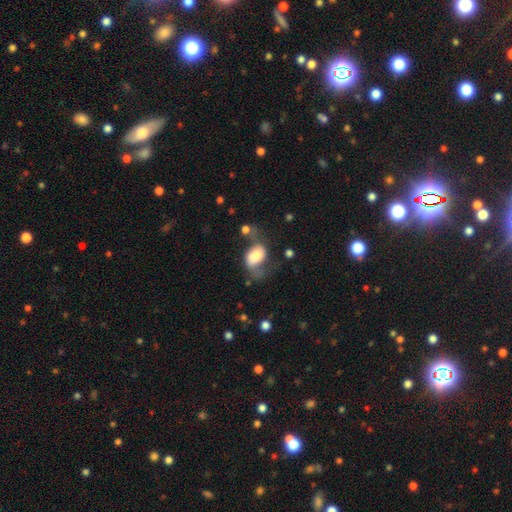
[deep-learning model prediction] A smooth galaxy with no disk features (59%) that is in between round and cigar-shaped (80%).

Vote fractions:
- Smooth or featured? smooth: 59% / featured or disk: 33% / star or artifact: 8%
- How rounded? in between: 80% / round: 18% / cigar-shaped: 2%
- Merging? major disturbance: 34% / none: 31% / minor disturbance: 25% / merger: 11%